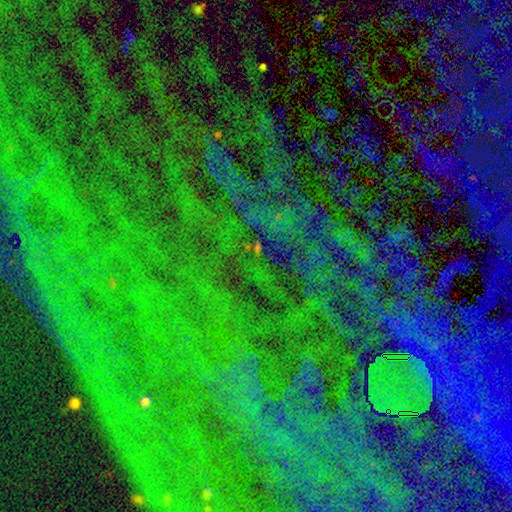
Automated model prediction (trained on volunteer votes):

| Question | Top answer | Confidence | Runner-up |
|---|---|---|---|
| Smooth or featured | star or artifact | 85% | featured or disk (8%) |